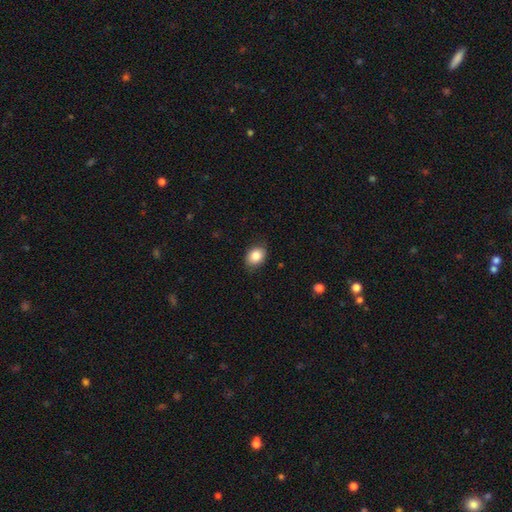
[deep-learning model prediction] Morphology: type=smooth (85%); roundness=in between (65%); merging=none (84%).